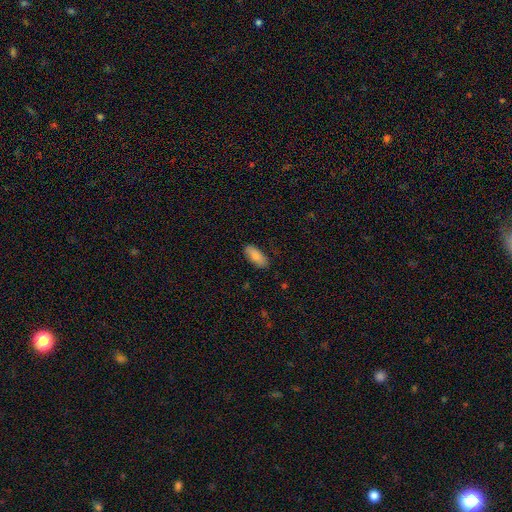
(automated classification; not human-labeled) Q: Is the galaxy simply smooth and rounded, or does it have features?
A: smooth — 86%.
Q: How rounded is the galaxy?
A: in between — 85%.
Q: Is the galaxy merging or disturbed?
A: none — 85%.